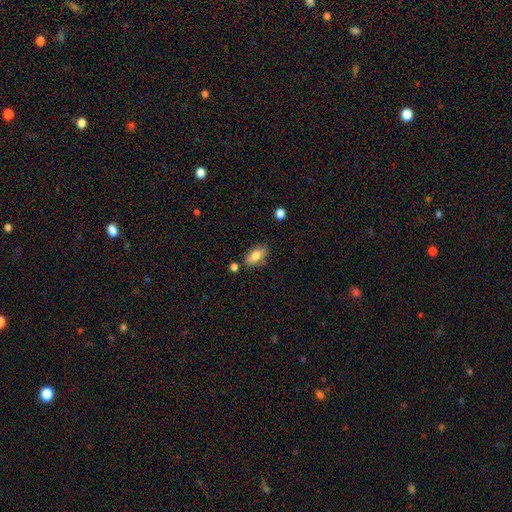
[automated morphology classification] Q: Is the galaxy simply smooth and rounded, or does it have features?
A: smooth — 80%.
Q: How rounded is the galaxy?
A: in between — 90%.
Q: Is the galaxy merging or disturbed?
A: none — 76%.